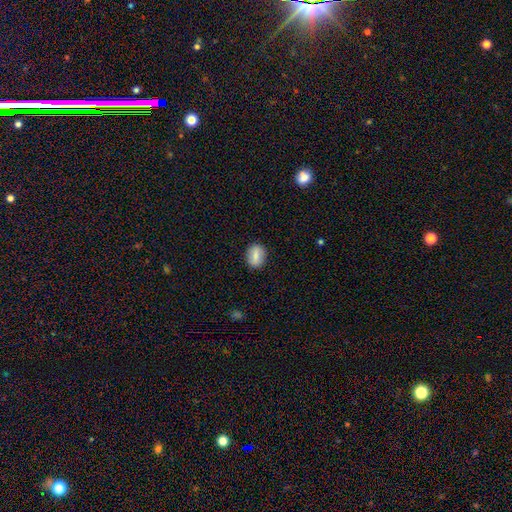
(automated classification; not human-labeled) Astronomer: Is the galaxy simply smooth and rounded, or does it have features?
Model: smooth — 76%.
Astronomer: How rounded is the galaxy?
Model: in between — 56% (runner-up: round, 42%).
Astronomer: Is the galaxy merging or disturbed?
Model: none — 88%.